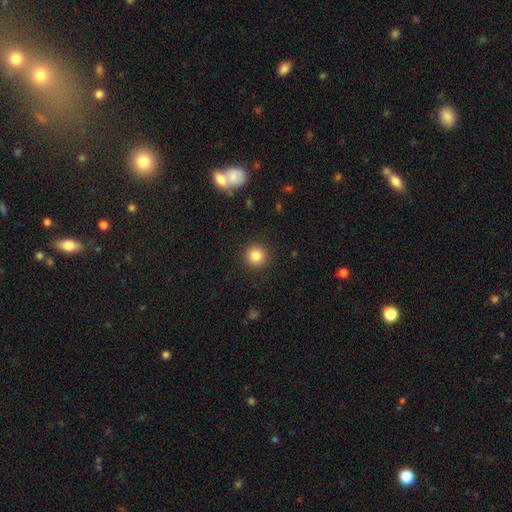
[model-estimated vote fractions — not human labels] Smooth or featured: smooth — 83% (star or artifact — 11%)
How rounded: round — 94% (in between — 5%)
Merging: none — 91% (minor disturbance — 5%)